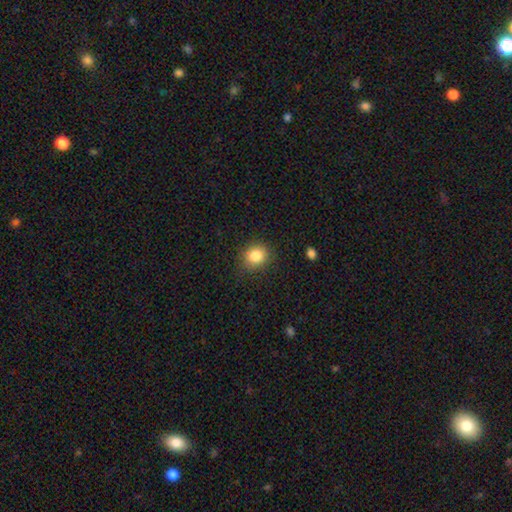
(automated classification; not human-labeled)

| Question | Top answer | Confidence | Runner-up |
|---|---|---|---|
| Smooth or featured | smooth | 84% | star or artifact (10%) |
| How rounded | round | 74% | in between (26%) |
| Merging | none | 85% | minor disturbance (11%) |